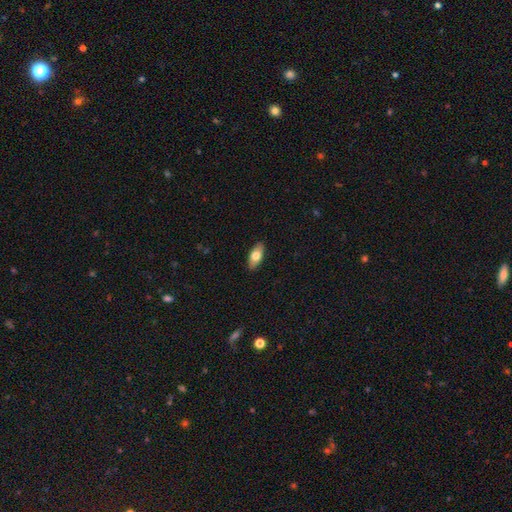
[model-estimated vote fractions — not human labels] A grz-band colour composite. It shows a smooth galaxy with no disk features (72%) that is in between round and cigar-shaped (87%). Merging: none (89%).